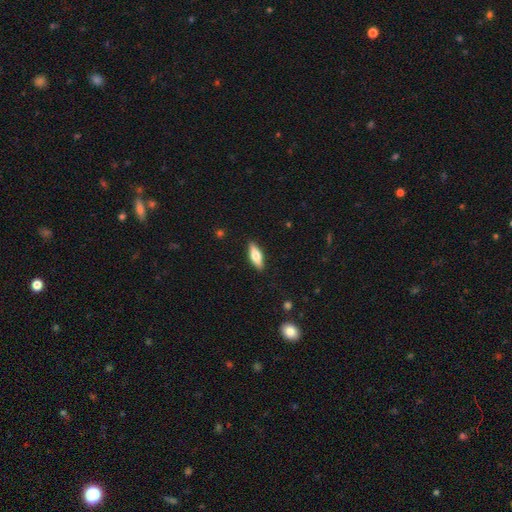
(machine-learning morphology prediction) Smooth or featured? Predicted: smooth (p=0.60). How rounded? Predicted: in between (p=0.52). Merging? Predicted: none (p=0.89).